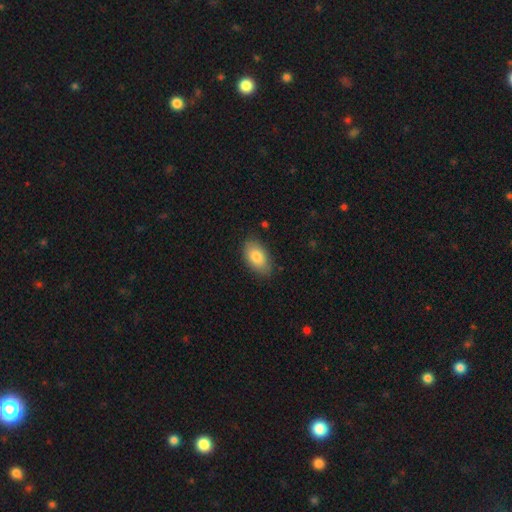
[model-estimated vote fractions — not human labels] This appears to be a smooth galaxy with no disk features (83%) that is in between round and cigar-shaped (93%). Merging: none (82%).